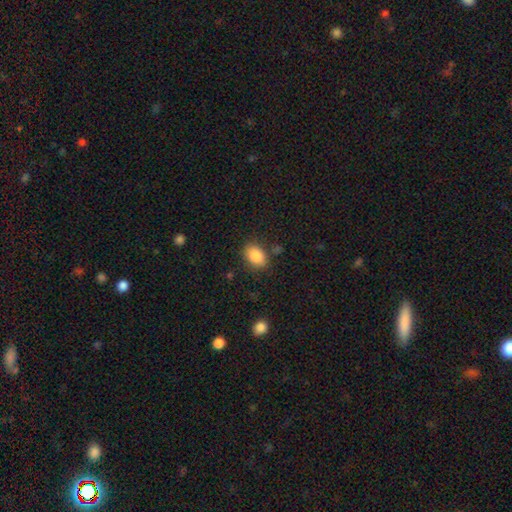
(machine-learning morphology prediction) Smooth or featured? smooth (88%)
How rounded? in between (83%)
Merging? none (82%)